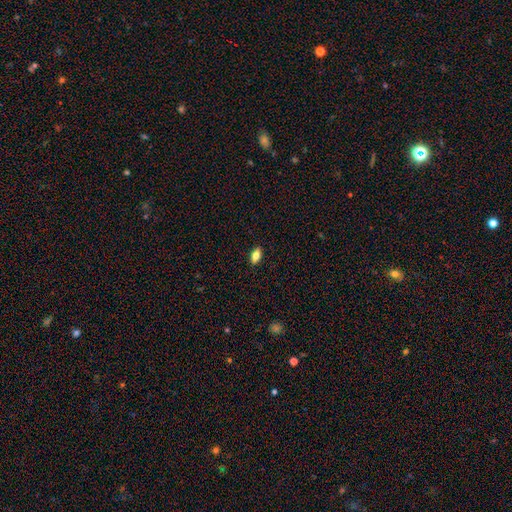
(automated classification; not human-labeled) smooth-or-featured: smooth: 74% | featured or disk: 17% | star or artifact: 9%
  how-rounded: in between: 86% | cigar-shaped: 9% | round: 5%
  merging: none: 90% | minor disturbance: 8% | major disturbance: 2% | merger: 1%